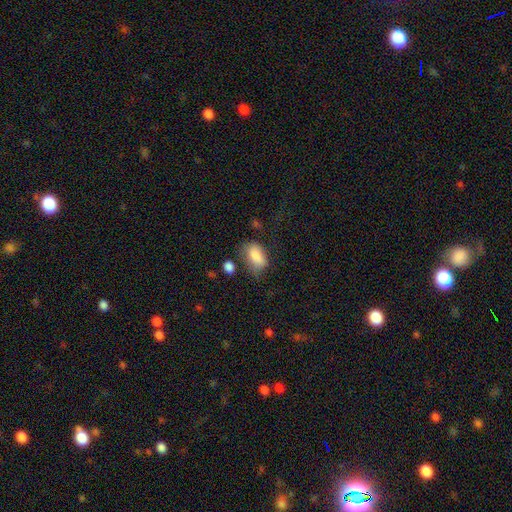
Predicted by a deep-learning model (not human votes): Overall: smooth (83%). How rounded: in between (89%). Merging: none (47%; minor disturbance 31%).